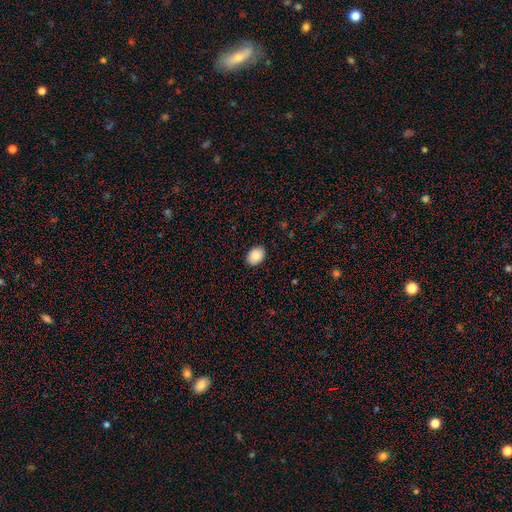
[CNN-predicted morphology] A smooth galaxy with no disk features (87%) that is in between round and cigar-shaped (67%).

Vote fractions:
- Smooth or featured? smooth: 87% / star or artifact: 8% / featured or disk: 5%
- How rounded? in between: 67% / round: 32% / cigar-shaped: 1%
- Merging? none: 89% / minor disturbance: 9% / major disturbance: 2% / merger: 1%